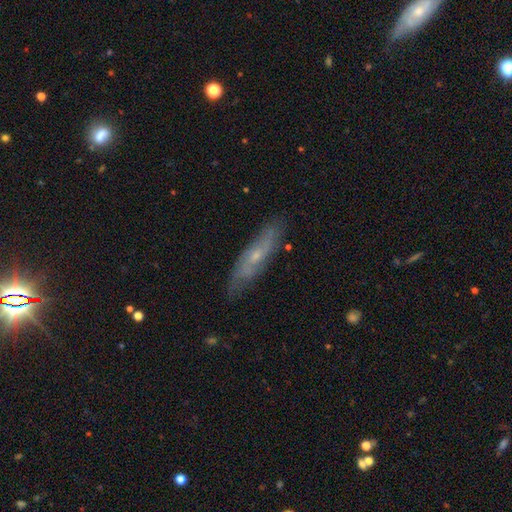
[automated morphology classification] smooth_or_featured: featured or disk (p=0.61) [alt: smooth p=0.31]
disk_edge_on: no (p=0.54) [alt: yes p=0.46]
merging: none (p=0.80) [alt: minor disturbance p=0.16]